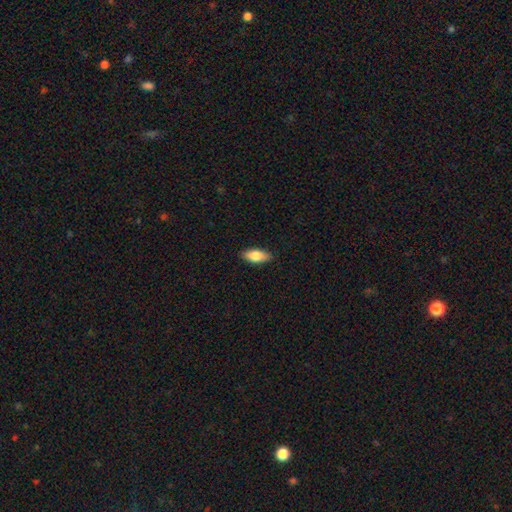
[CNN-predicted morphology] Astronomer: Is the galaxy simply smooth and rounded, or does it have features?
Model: smooth — 79%.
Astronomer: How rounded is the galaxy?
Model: in between — 83%.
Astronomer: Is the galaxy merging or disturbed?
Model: none — 89%.